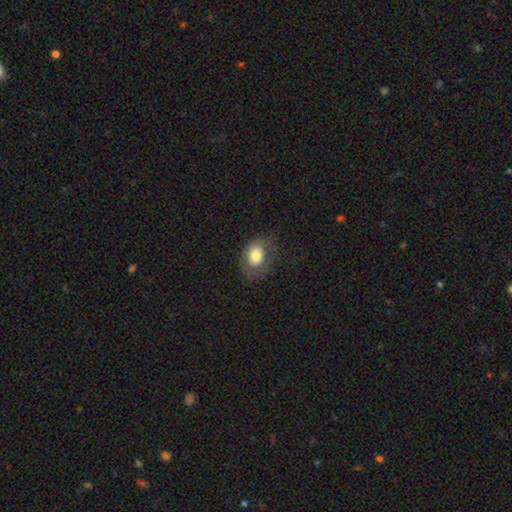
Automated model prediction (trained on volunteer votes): The model was most divided on "how rounded": in between: 67%, round: 32%, cigar-shaped: 1%. More confident: smooth or featured — smooth (73%); merging — none (65%).